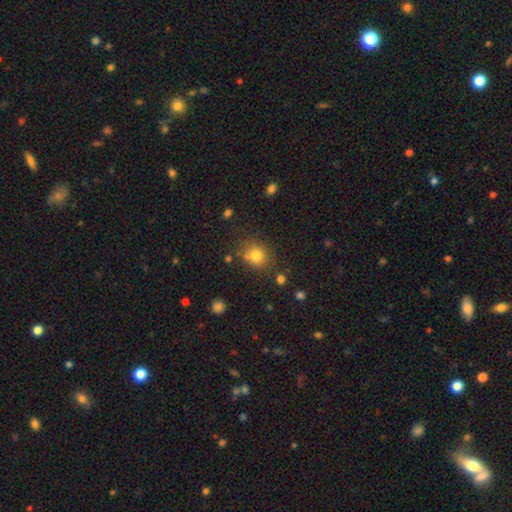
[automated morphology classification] This is likely a smooth galaxy (79%). How rounded: likely round (73%). Merging: likely none (74%).